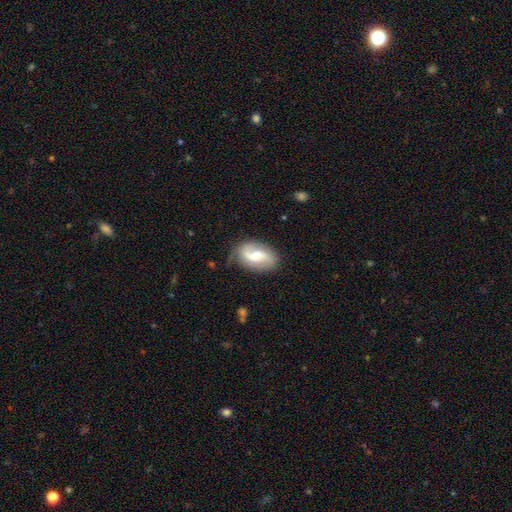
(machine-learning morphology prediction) type=featured or disk (68%); edge-on=no (97%); bar=weak (52%); spiral arms=yes (92%); winding=loose (49%); arm count=2 (79%); bulge=moderate (51%); merging=none (70%).